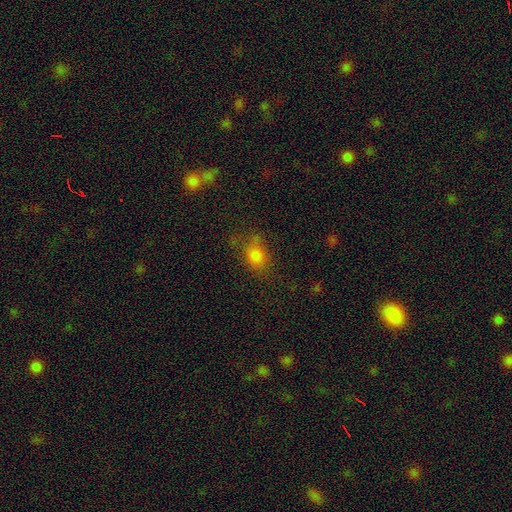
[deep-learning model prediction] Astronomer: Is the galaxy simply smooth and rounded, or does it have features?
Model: smooth — 77%.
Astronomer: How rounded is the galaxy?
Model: in between — 67%.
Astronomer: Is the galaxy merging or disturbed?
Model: none — 59%.